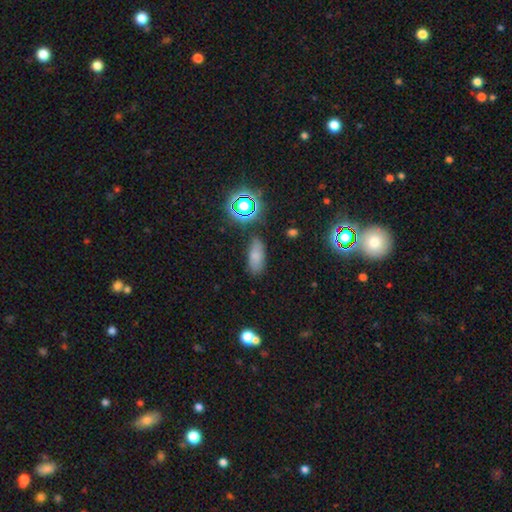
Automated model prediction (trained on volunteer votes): Smooth or featured?
  - smooth: 74% *
  - star or artifact: 17%
  - featured or disk: 9%
How rounded?
  - in between: 82% *
  - cigar-shaped: 12%
  - round: 5%
Merging?
  - none: 79% *
  - minor disturbance: 14%
  - major disturbance: 4%
  - merger: 3%